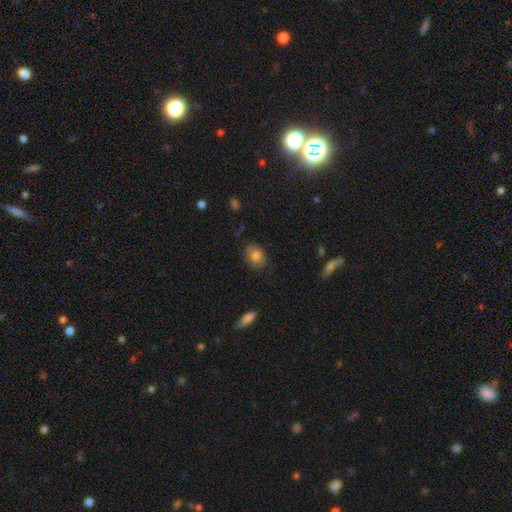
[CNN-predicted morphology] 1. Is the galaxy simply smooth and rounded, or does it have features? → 78% smooth, 12% featured or disk, 9% star or artifact.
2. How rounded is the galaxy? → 62% in between, 37% round, 1% cigar-shaped.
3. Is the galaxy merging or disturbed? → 72% none, 21% minor disturbance, 5% major disturbance, 2% merger.